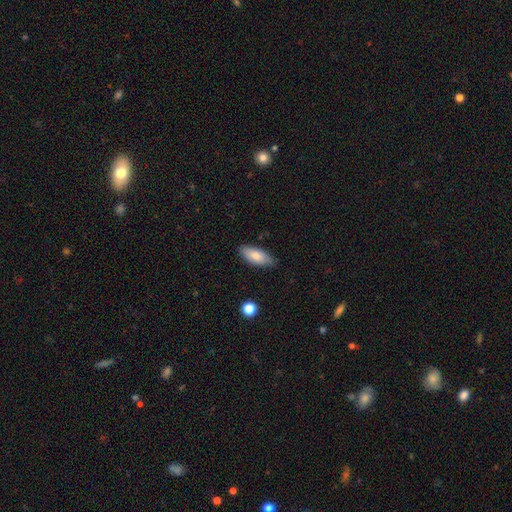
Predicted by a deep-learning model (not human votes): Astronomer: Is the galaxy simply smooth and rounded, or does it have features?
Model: smooth — 83%.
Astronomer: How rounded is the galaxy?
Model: in between — 79%.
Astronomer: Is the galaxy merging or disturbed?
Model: none — 82%.